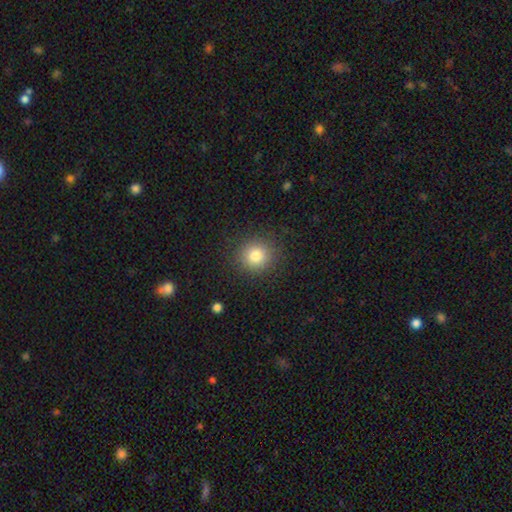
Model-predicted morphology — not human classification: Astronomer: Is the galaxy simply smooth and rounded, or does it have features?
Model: smooth — 81%.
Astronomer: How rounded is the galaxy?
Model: round — 89%.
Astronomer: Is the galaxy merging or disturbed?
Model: none — 88%.